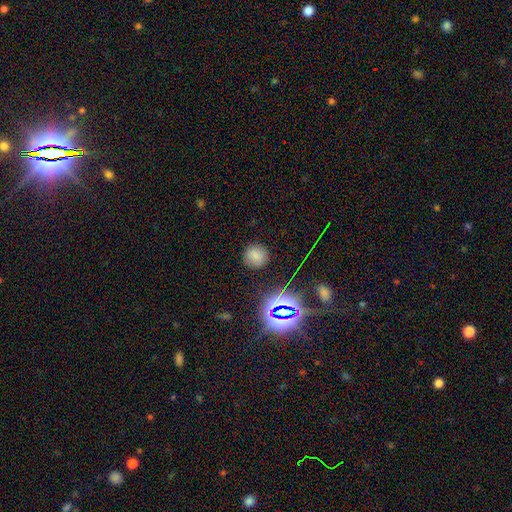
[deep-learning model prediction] Morphology: type=smooth (73%); roundness=round (90%); merging=none (87%).